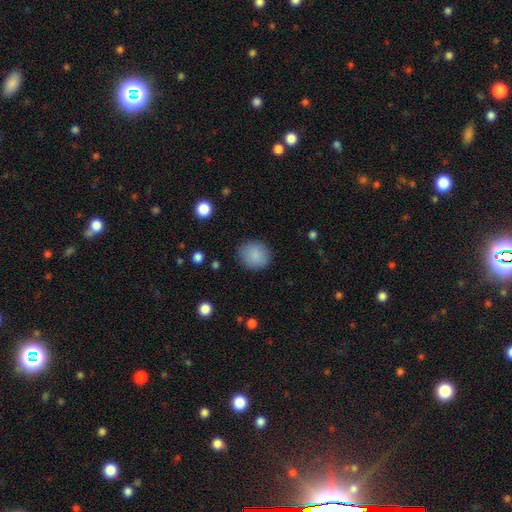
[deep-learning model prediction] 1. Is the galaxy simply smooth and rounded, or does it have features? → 88% smooth, 8% star or artifact, 4% featured or disk.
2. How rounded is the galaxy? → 80% round, 19% in between, 1% cigar-shaped.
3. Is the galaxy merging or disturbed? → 86% none, 9% minor disturbance, 3% major disturbance, 1% merger.